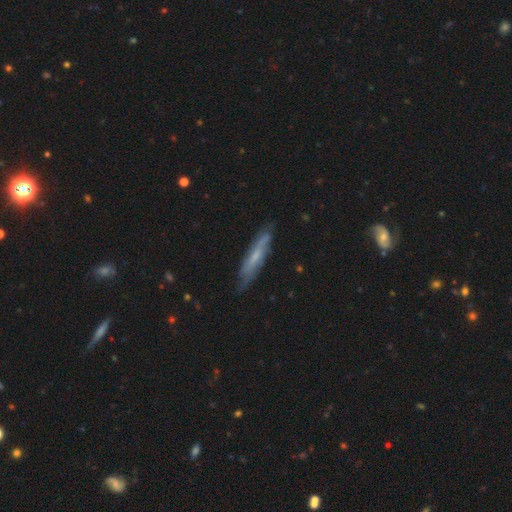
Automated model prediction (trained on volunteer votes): Smooth or featured?
  - featured or disk: 49% *
  - smooth: 44%
  - star or artifact: 7%
Merging?
  - none: 78% *
  - minor disturbance: 17%
  - major disturbance: 3%
  - merger: 1%